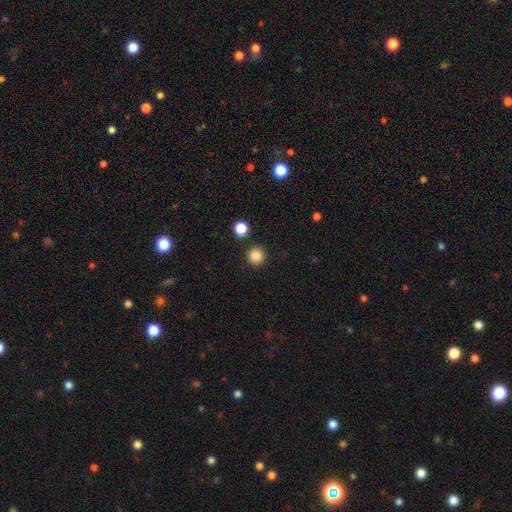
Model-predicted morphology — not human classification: type=smooth (86%); roundness=round (96%); merging=none (92%).